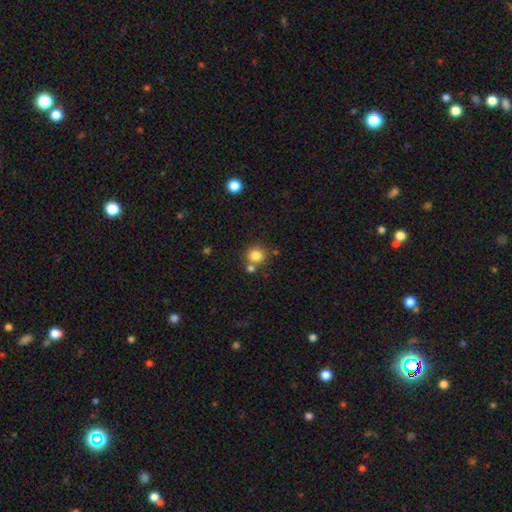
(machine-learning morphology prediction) The model was most divided on "merging": none: 69%, merger: 19%, minor disturbance: 9%, major disturbance: 3%. More confident: how rounded — round (90%); smooth or featured — smooth (81%).